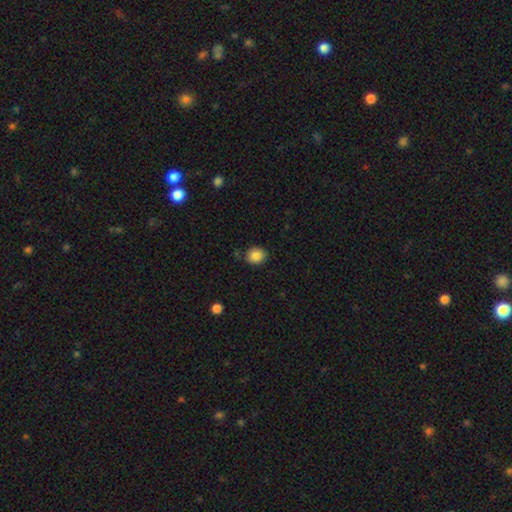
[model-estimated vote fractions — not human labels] Morphology: type=smooth (85%); roundness=round (68%); merging=none (82%).